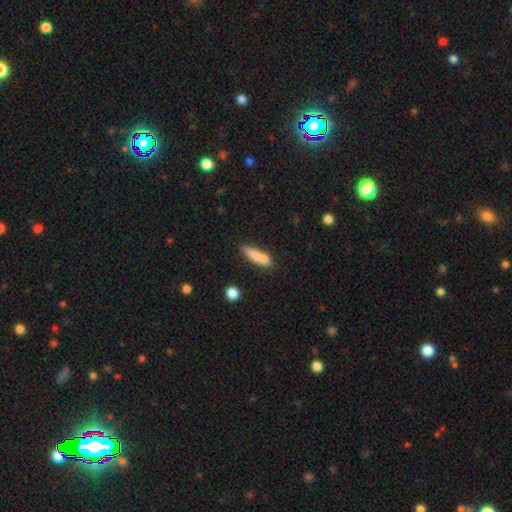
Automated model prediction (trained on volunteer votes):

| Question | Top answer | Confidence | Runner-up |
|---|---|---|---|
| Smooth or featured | smooth | 75% | featured or disk (18%) |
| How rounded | cigar-shaped | 71% | in between (26%) |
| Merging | none | 60% | merger (18%) |